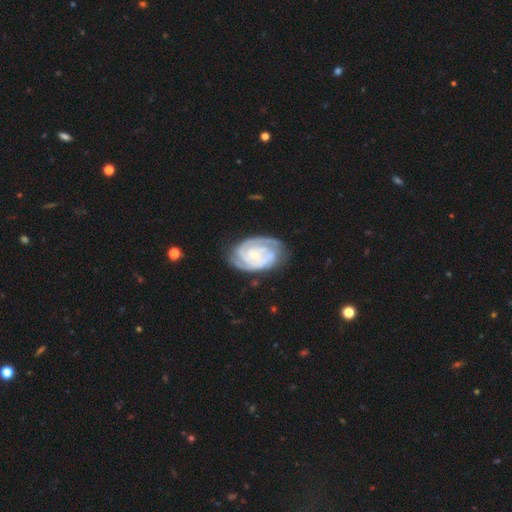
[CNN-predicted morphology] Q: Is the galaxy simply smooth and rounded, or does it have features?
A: featured or disk — 89%.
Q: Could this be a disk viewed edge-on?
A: no — 98%.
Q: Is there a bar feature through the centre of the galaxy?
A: no — 62%.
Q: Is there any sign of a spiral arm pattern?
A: yes — 97%.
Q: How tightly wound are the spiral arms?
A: tight — 75%.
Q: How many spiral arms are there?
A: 2 — 48%.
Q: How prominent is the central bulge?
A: small — 67%.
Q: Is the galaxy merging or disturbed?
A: none — 71%.